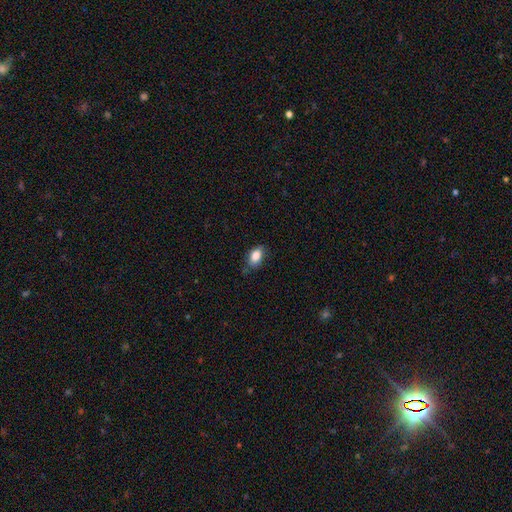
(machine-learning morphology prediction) Smooth or featured? smooth (85%)
How rounded? in between (87%)
Merging? none (74%)